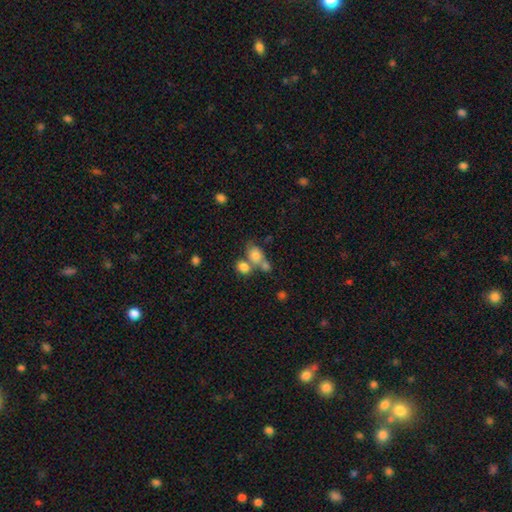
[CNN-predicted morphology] smooth_or_featured: smooth (p=0.76) [alt: featured or disk p=0.14]
how_rounded: in between (p=0.61) [alt: round p=0.37]
merging: merger (p=0.49) [alt: none p=0.32]